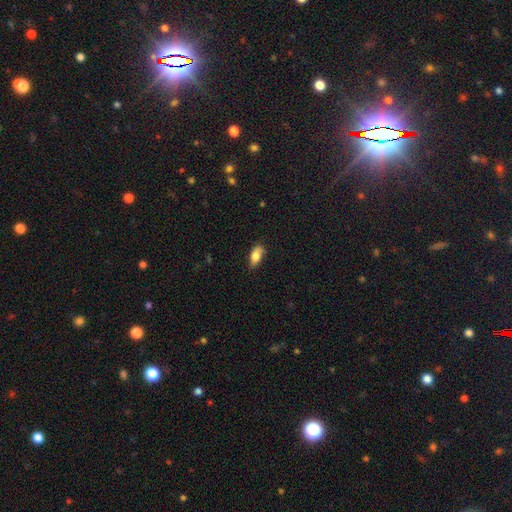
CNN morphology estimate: Smooth or featured?
  - smooth: 81% *
  - featured or disk: 12%
  - star or artifact: 7%
How rounded?
  - in between: 87% *
  - cigar-shaped: 9%
  - round: 3%
Merging?
  - none: 74% *
  - minor disturbance: 21%
  - major disturbance: 4%
  - merger: 1%